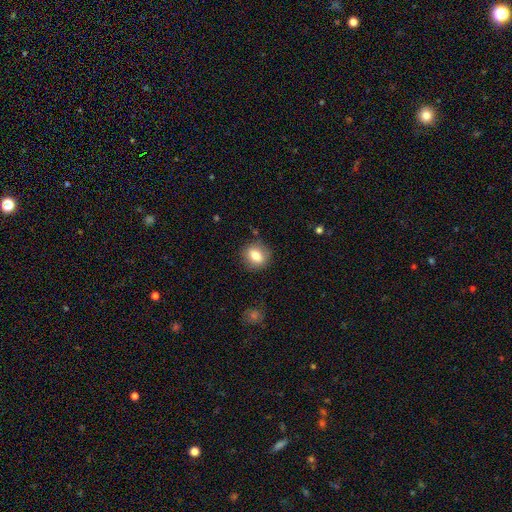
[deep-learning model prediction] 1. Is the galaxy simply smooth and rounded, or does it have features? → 78% smooth, 13% featured or disk, 9% star or artifact.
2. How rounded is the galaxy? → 63% round, 35% in between, 2% cigar-shaped.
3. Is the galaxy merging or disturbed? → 85% none, 11% minor disturbance, 3% major disturbance, 2% merger.